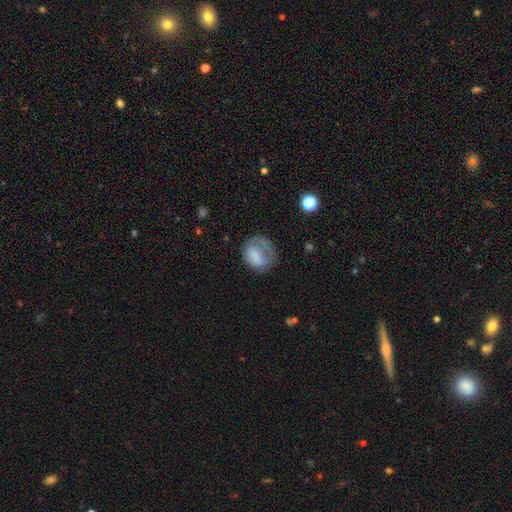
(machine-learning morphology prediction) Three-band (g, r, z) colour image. It shows a smooth galaxy with no disk features (65%) that is round (61%). Merging: none (40%).